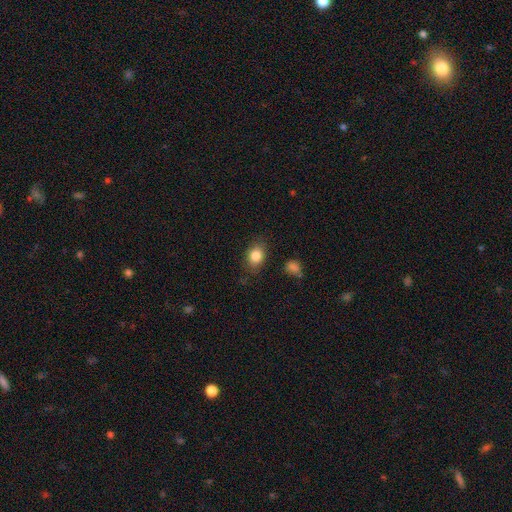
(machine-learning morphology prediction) Overall: smooth (84%). How rounded: in between (64%; round 35%). Merging: none (79%).